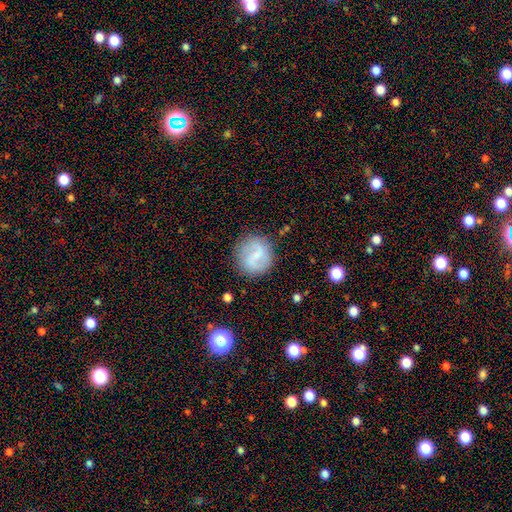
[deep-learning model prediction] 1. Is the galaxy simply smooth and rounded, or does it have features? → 52% featured or disk, 41% smooth, 8% star or artifact.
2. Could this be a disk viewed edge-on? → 97% no, 3% yes.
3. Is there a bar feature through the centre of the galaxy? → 52% weak, 29% strong, 19% no.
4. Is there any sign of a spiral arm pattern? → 75% yes, 25% no.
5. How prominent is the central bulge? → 52% small, 26% none, 19% moderate, 2% large, 1% dominant.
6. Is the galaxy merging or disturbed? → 79% none, 14% minor disturbance, 5% major disturbance, 2% merger.